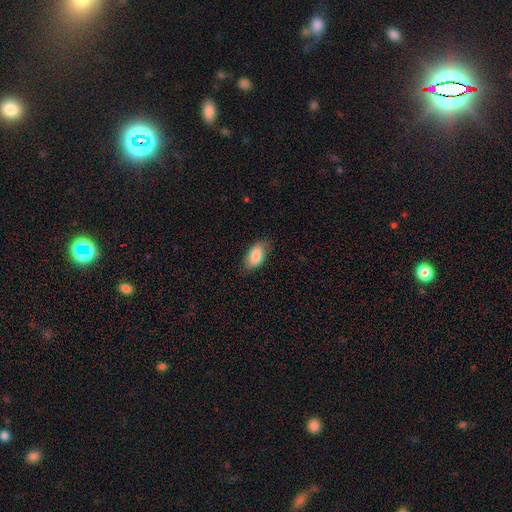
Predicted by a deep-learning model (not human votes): A smooth galaxy with no disk features (83%) that is in between round and cigar-shaped (93%). Merging: none (78%).